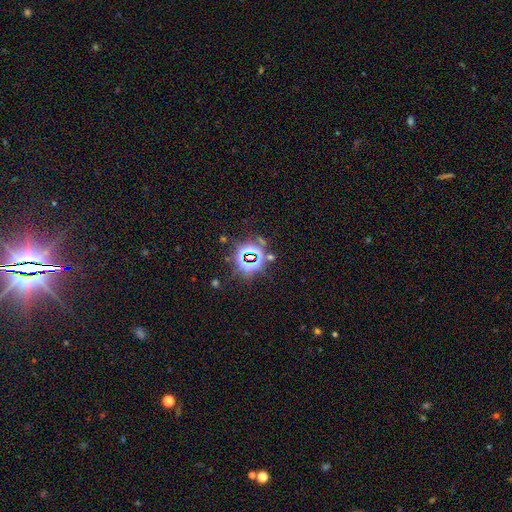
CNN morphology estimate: Q: Smooth or featured?
A: star or artifact (78%); runner-up: smooth (14%)